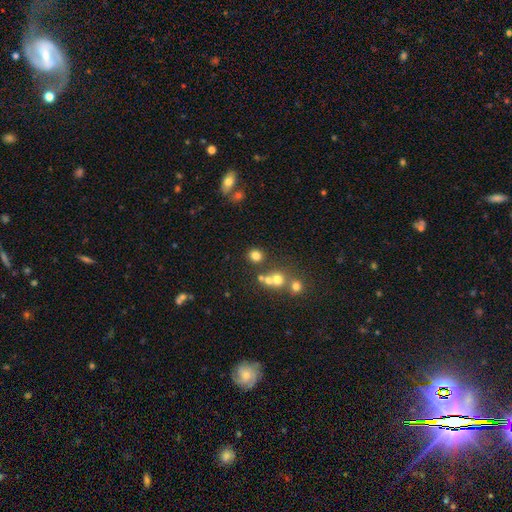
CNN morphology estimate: This is likely a smooth galaxy (76%). How rounded: clearly round (86%). Merging: likely none (74%).